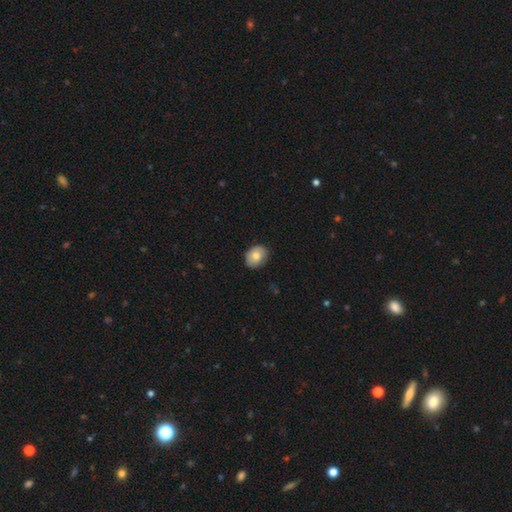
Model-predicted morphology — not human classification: A smooth galaxy with no disk features (79%) that is in between round and cigar-shaped (63%).

Vote fractions:
- Smooth or featured? smooth: 79% / featured or disk: 13% / star or artifact: 7%
- How rounded? in between: 63% / round: 36% / cigar-shaped: 1%
- Merging? none: 86% / minor disturbance: 11% / major disturbance: 2% / merger: 1%